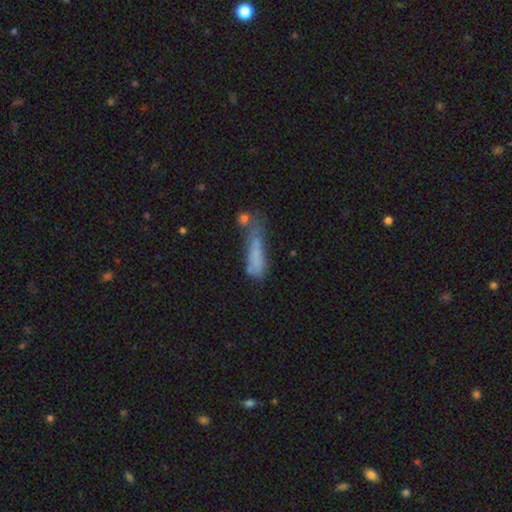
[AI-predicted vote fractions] Q: Smooth or featured?
A: smooth (65%); runner-up: featured or disk (22%)
Q: How rounded?
A: cigar-shaped (70%); runner-up: in between (27%)
Q: Merging?
A: none (28%); runner-up: major disturbance (26%)